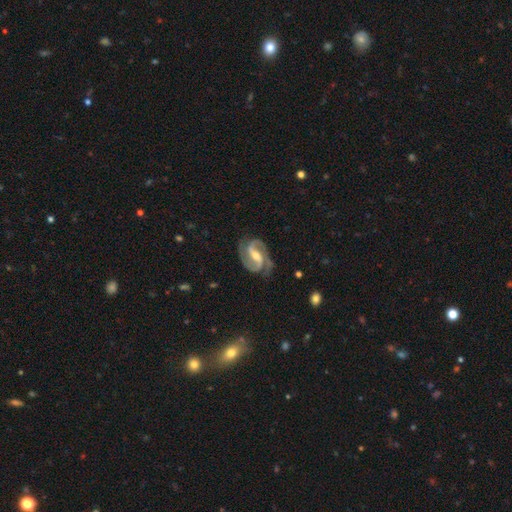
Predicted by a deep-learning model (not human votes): A featured or disk galaxy (92%) with a strong bar (48%), 2 (84%) medium (57%) spiral arms (98%) and a moderate central bulge (56%).

Vote fractions:
- Smooth or featured? featured or disk: 92% / star or artifact: 4% / smooth: 4%
- Edge-on disk? no: 98% / yes: 2%
- Bar? strong: 48% / weak: 37% / no: 15%
- Spiral arms? yes: 98% / no: 2%
- Spiral winding? medium: 57% / tight: 28% / loose: 16%
- Spiral arm count? 2: 84% / 3: 9% / can't tell: 2% / 4: 2% / 1: 2% / more than 4: 1%
- Bulge size? moderate: 56% / small: 40% / large: 2% / none: 1% / dominant: 1%
- Merging? none: 77% / minor disturbance: 16% / major disturbance: 6% / merger: 1%